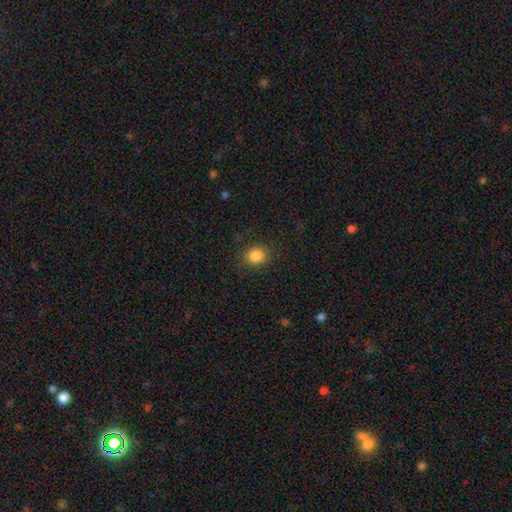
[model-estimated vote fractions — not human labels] This is clearly a smooth galaxy (85%). How rounded: likely round (75%). Merging: clearly none (86%).